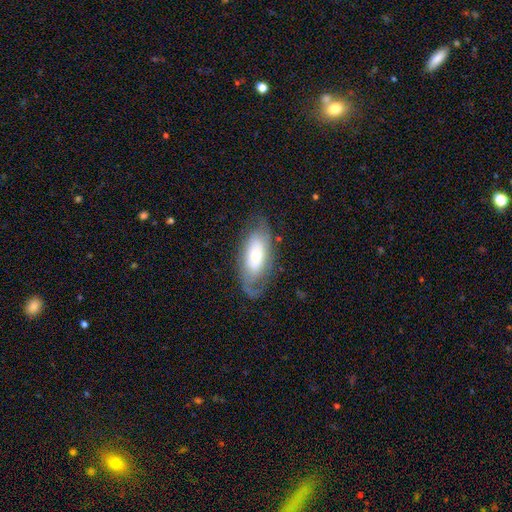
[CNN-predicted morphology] A featured or disk galaxy (59%) with no bar (71%), spiral arms (67%) and a moderate central bulge (50%).

Vote fractions:
- Smooth or featured? featured or disk: 59% / smooth: 34% / star or artifact: 7%
- Edge-on disk? no: 85% / yes: 15%
- Bar? no: 71% / weak: 20% / strong: 9%
- Spiral arms? yes: 67% / no: 33%
- Bulge size? moderate: 50% / small: 40% / large: 7% / dominant: 2% / none: 1%
- Merging? none: 66% / minor disturbance: 20% / major disturbance: 12% / merger: 1%